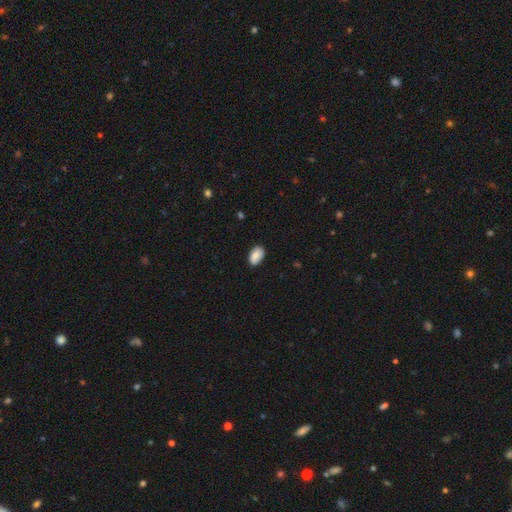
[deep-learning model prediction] Overall: smooth (85%). How rounded: in between (92%). Merging: none (82%).